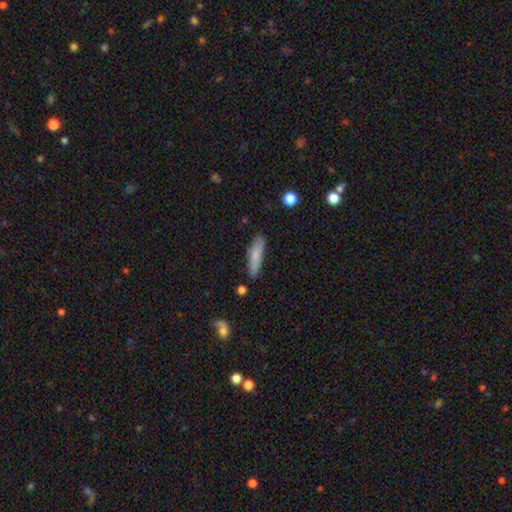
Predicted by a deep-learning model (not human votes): smooth_or_featured: smooth (p=0.76) [alt: featured or disk p=0.18]
how_rounded: cigar-shaped (p=0.71) [alt: in between p=0.27]
merging: none (p=0.83) [alt: minor disturbance p=0.13]